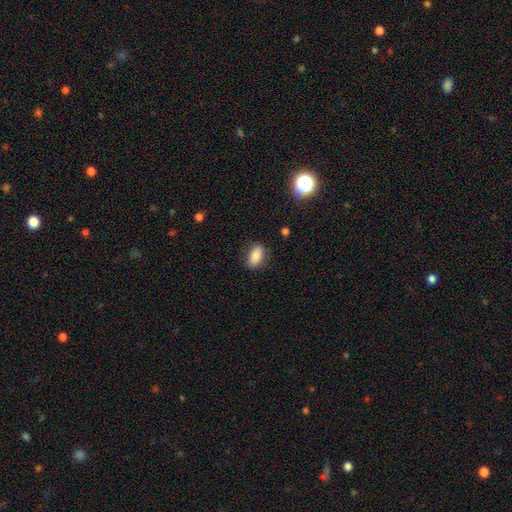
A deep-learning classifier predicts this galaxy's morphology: Smooth or featured: smooth — 84% (star or artifact — 8%)
How rounded: in between — 87% (round — 8%)
Merging: none — 82% (minor disturbance — 13%)